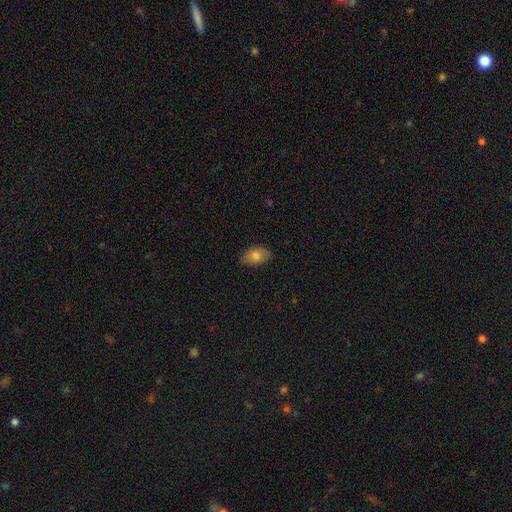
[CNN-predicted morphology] Smooth or featured?
  - smooth: 80% *
  - featured or disk: 12%
  - star or artifact: 8%
How rounded?
  - in between: 90% *
  - round: 8%
  - cigar-shaped: 2%
Merging?
  - none: 82% *
  - minor disturbance: 15%
  - major disturbance: 3%
  - merger: 1%